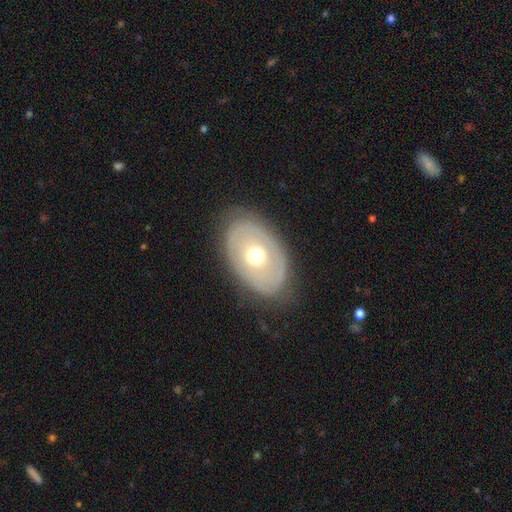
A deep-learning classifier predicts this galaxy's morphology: Smooth or featured?
  - featured or disk: 53% *
  - smooth: 41%
  - star or artifact: 6%
Edge-on disk?
  - no: 91% *
  - yes: 9%
Merging?
  - none: 75% *
  - minor disturbance: 17%
  - major disturbance: 7%
  - merger: 1%